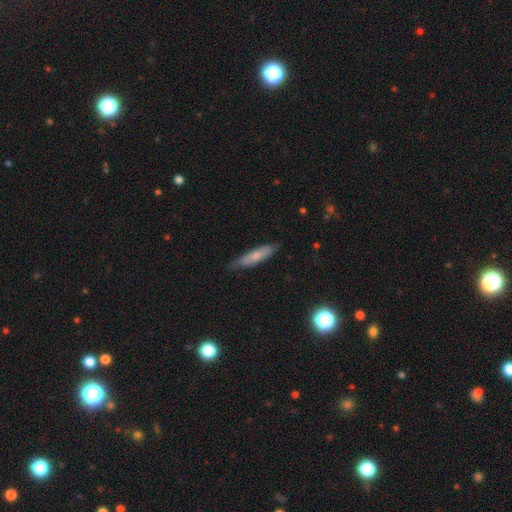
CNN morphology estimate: smooth-or-featured: smooth: 65% | featured or disk: 29% | star or artifact: 7%
  how-rounded: cigar-shaped: 79% | in between: 19% | round: 2%
  merging: none: 75% | minor disturbance: 21% | major disturbance: 3% | merger: 1%